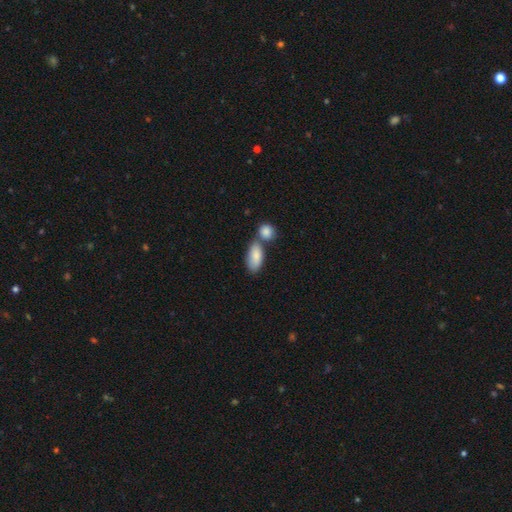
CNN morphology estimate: smooth 85%, featured or disk 9%, star or artifact 6%. Down the decision tree: how rounded — in between (90%); merging — merger (43%).